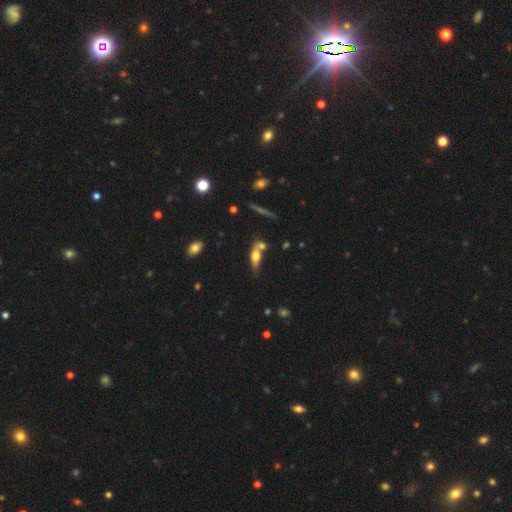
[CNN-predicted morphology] A smooth galaxy with no disk features (55%) that is in between round and cigar-shaped (54%).

Vote fractions:
- Smooth or featured? smooth: 55% / featured or disk: 36% / star or artifact: 9%
- How rounded? in between: 54% / cigar-shaped: 41% / round: 5%
- Merging? none: 50% / merger: 29% / minor disturbance: 15% / major disturbance: 6%